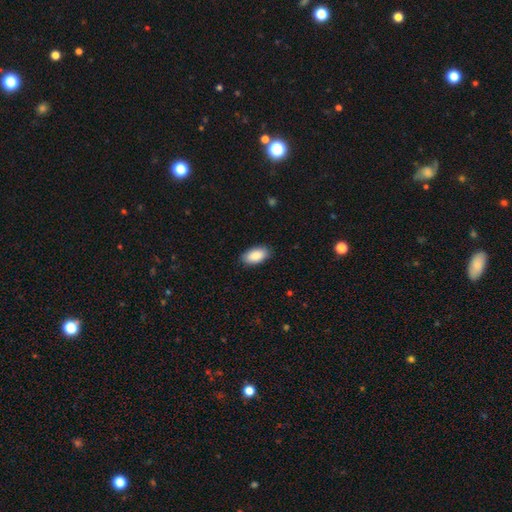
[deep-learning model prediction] Morphology: type=smooth (89%); roundness=in between (95%); merging=none (88%).